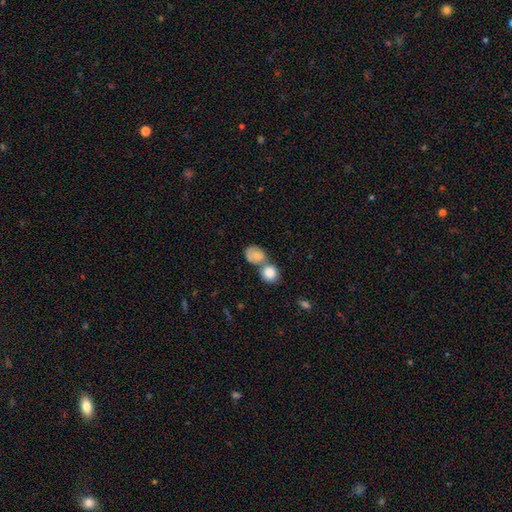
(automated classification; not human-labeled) Morphology: type=smooth (74%); roundness=round (55%); merging=merger (56%).